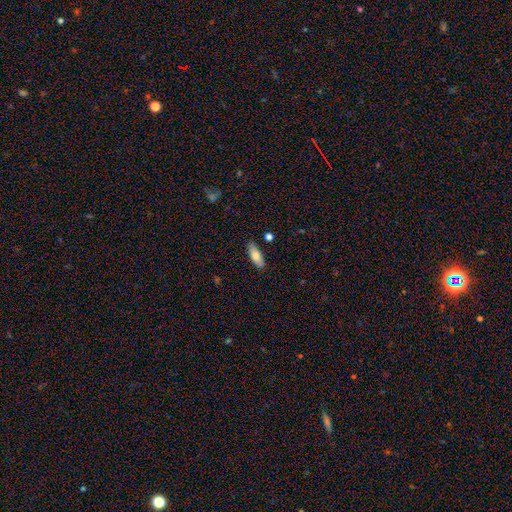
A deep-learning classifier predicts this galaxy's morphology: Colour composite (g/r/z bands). It shows a smooth galaxy with no disk features (75%) that is in between round and cigar-shaped (67%). Merging: none (86%).